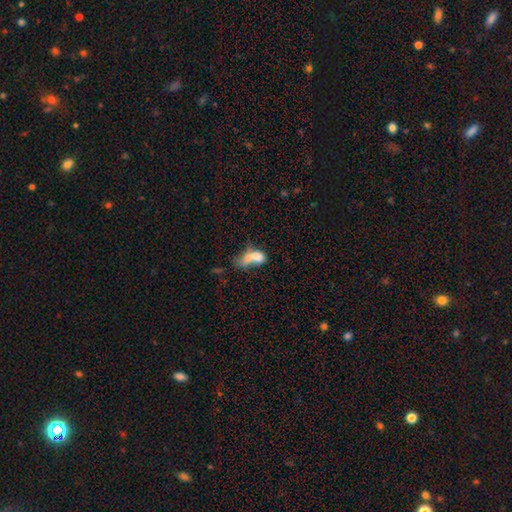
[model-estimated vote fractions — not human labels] Smooth or featured? Predicted: smooth (p=0.63). How rounded? Predicted: in between (p=0.77). Merging? Predicted: merger (p=0.49).